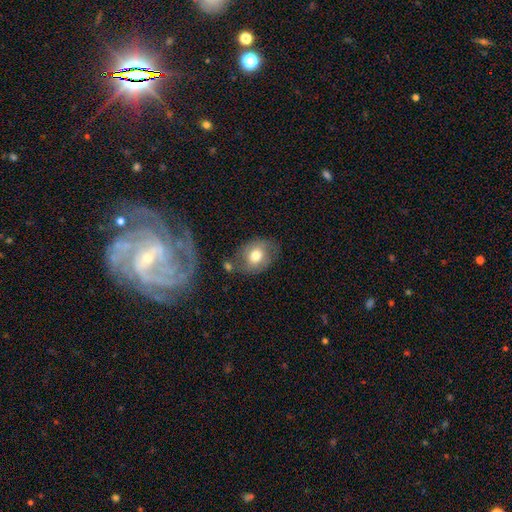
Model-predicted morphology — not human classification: Smooth or featured?
  - smooth: 63% *
  - featured or disk: 29%
  - star or artifact: 8%
How rounded?
  - in between: 59% *
  - round: 40%
  - cigar-shaped: 1%
Merging?
  - none: 62% *
  - minor disturbance: 22%
  - major disturbance: 8%
  - merger: 8%